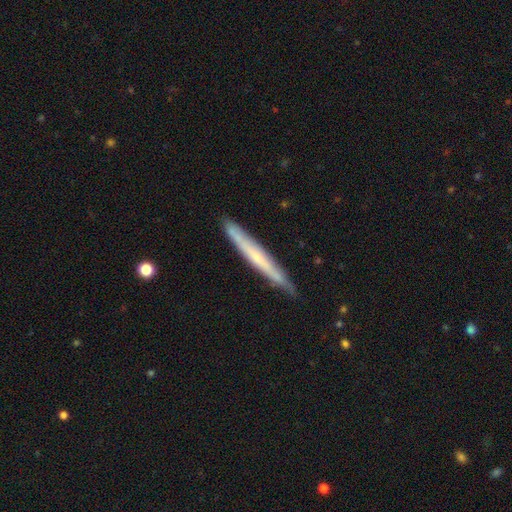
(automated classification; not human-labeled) featured or disk 52%, smooth 42%, star or artifact 6%. Down the decision tree: edge-on disk — yes (92%); merging — none (85%).